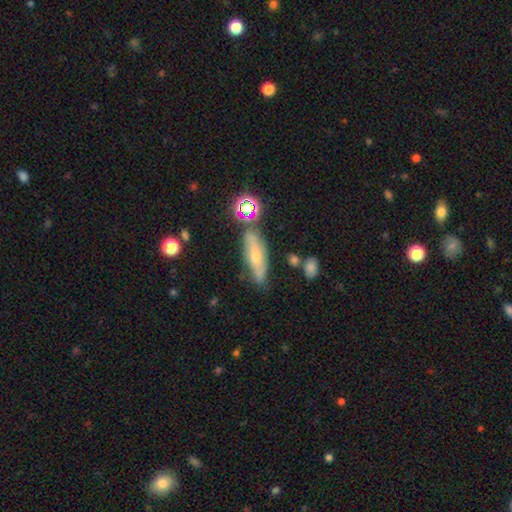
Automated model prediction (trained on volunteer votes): Overall: smooth (45%; featured or disk 42%). Merging: none (68%).